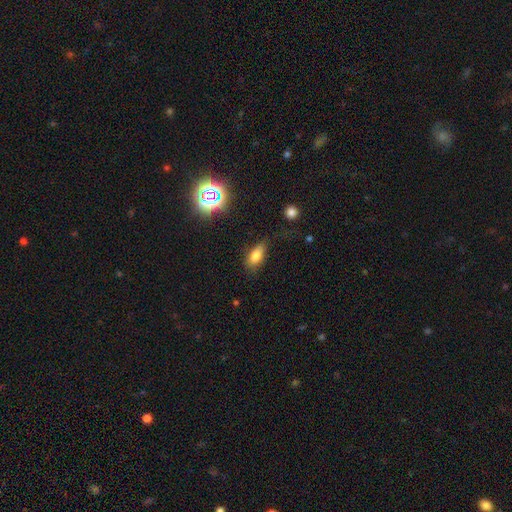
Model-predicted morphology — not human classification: smooth 75%, star or artifact 13%, featured or disk 11%. Down the decision tree: how rounded — in between (85%); merging — none (72%).